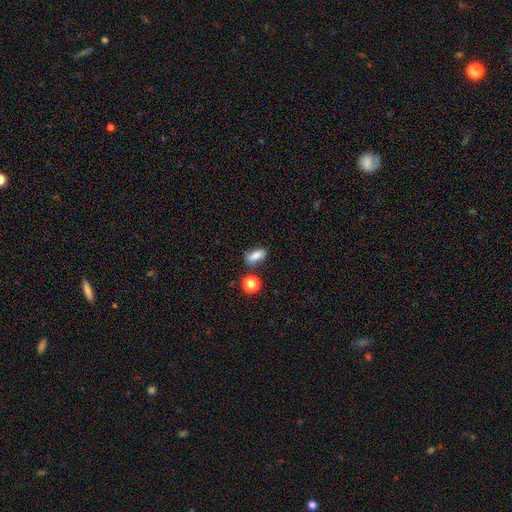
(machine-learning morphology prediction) Smooth or featured? Predicted: smooth (p=0.76). How rounded? Predicted: in between (p=0.73). Merging? Predicted: none (p=0.67).